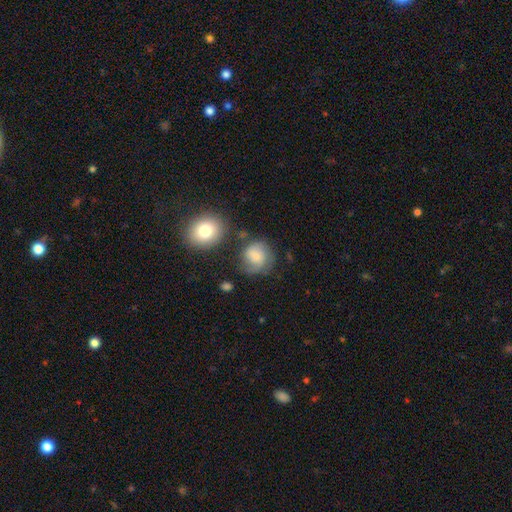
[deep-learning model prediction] Smooth or featured?
  - smooth: 52% *
  - featured or disk: 39%
  - star or artifact: 9%
How rounded?
  - round: 82% *
  - in between: 17%
  - cigar-shaped: 1%
Merging?
  - none: 58% *
  - minor disturbance: 22%
  - major disturbance: 13%
  - merger: 6%